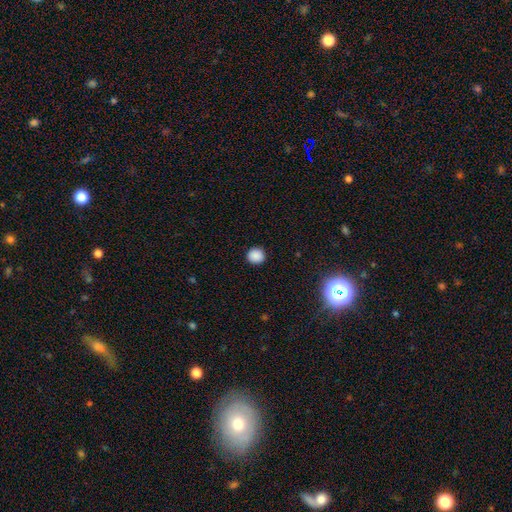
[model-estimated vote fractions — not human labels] A smooth galaxy with no disk features (88%) that is round (89%). Merging: none (92%).